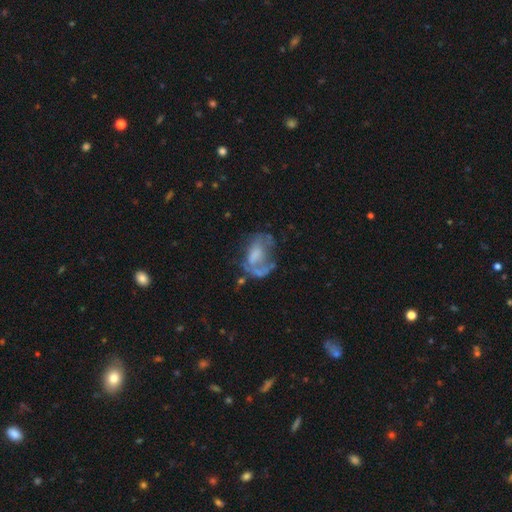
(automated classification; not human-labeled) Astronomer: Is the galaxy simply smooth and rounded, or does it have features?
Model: featured or disk — 56% (runner-up: smooth, 33%).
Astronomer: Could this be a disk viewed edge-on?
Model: no — 97%.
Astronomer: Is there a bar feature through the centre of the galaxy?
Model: no — 73%.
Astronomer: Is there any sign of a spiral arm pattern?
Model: no — 70%.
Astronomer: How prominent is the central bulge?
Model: none — 41% (runner-up: moderate, 27%).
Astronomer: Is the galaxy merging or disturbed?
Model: major disturbance — 36% (runner-up: none, 32%).